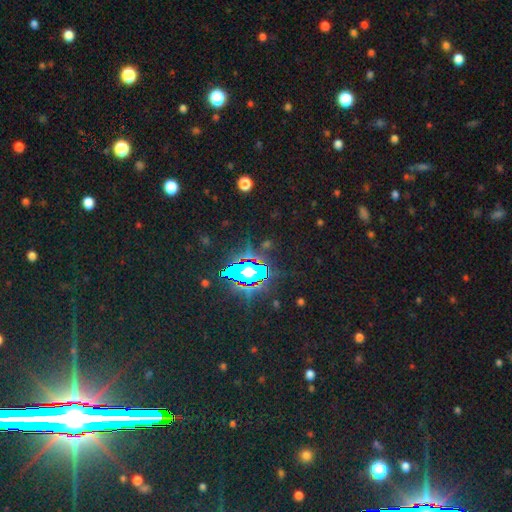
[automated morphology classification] smooth-or-featured: star or artifact: 83% | smooth: 9% | featured or disk: 8%